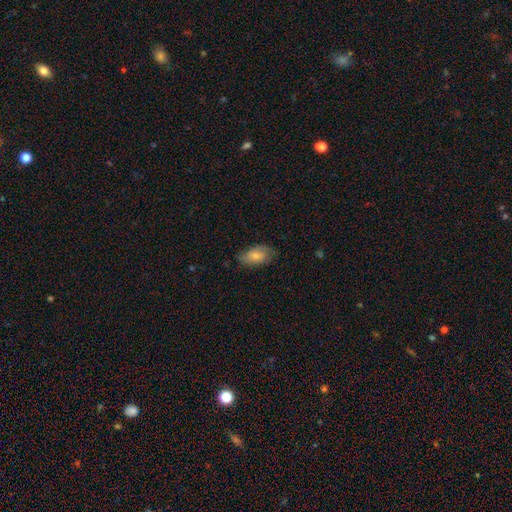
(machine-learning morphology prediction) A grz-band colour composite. It shows a smooth galaxy with no disk features (68%) that is in between round and cigar-shaped (91%). Merging: none (68%).